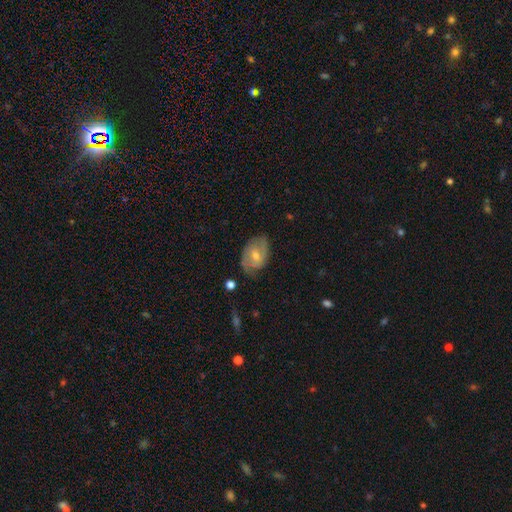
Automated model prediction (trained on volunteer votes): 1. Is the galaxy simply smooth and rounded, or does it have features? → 67% featured or disk, 25% smooth, 8% star or artifact.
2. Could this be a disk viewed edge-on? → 95% no, 5% yes.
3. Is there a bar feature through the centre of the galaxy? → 52% no, 39% weak, 9% strong.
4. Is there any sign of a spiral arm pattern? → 83% yes, 17% no.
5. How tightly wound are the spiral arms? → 46% tight, 39% medium, 15% loose.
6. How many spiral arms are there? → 63% 2, 24% can't tell, 5% 3, 5% 1, 2% 4, 2% more than 4.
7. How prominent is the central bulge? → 54% moderate, 42% small, 2% large, 1% none, 1% dominant.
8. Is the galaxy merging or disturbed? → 70% none, 22% minor disturbance, 6% major disturbance, 1% merger.